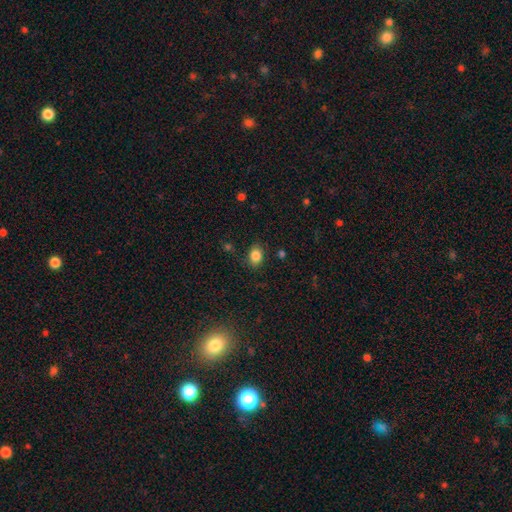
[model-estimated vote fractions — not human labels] smooth 84%, star or artifact 10%, featured or disk 6%. Down the decision tree: how rounded — in between (60%); merging — none (79%).